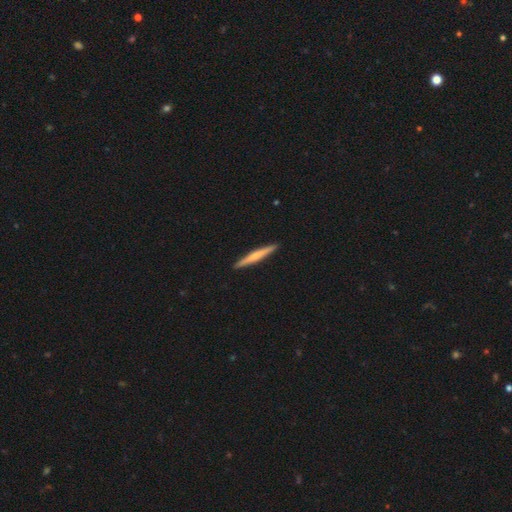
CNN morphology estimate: type=featured or disk (48%); merging=none (92%).